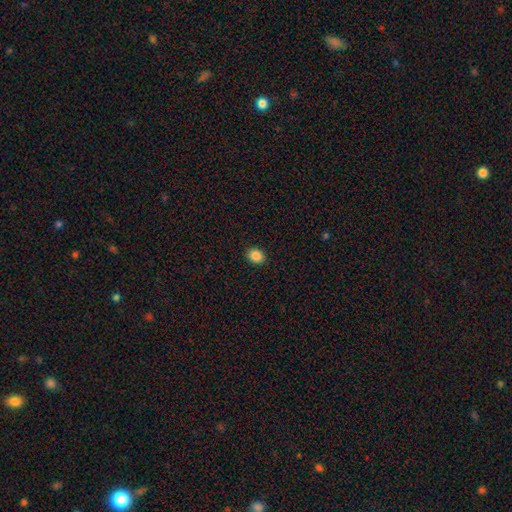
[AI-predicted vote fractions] This appears to be a smooth galaxy with no disk features (87%) that is round (57%). Merging: none (91%).